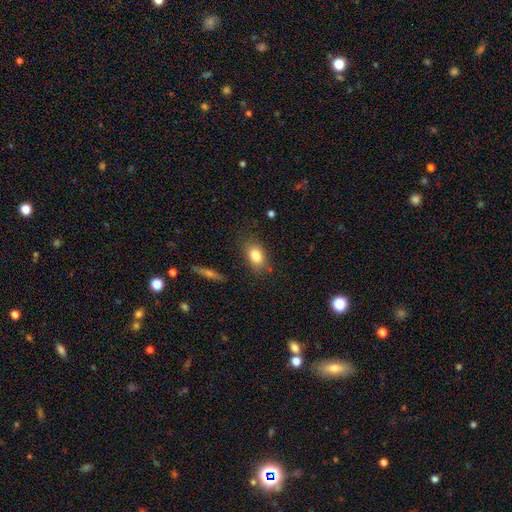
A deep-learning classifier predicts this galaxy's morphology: The model was most divided on "merging": none: 78%, minor disturbance: 15%, major disturbance: 4%, merger: 3%. More confident: smooth or featured — smooth (81%); how rounded — in between (81%).